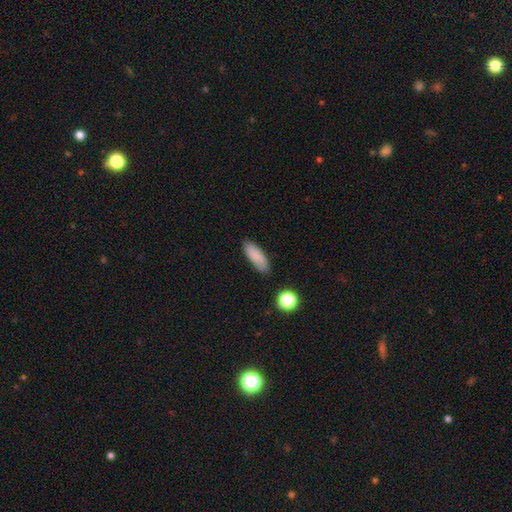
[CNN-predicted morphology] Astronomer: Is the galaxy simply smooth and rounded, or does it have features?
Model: smooth — 85%.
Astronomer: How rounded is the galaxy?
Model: in between — 61% (runner-up: cigar-shaped, 37%).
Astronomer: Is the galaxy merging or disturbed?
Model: none — 82%.